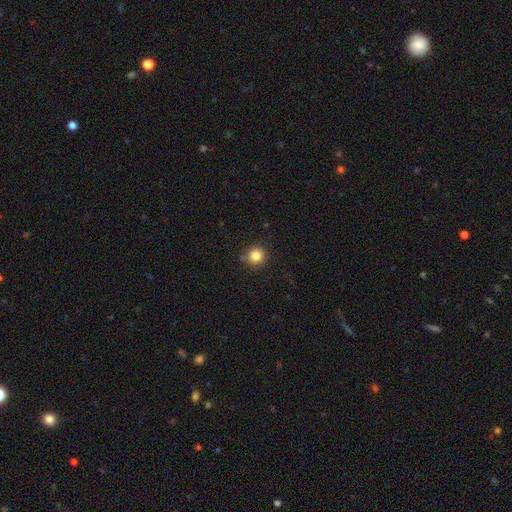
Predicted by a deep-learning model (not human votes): smooth 83%, star or artifact 12%, featured or disk 5%. Down the decision tree: how rounded — round (93%); merging — none (85%).